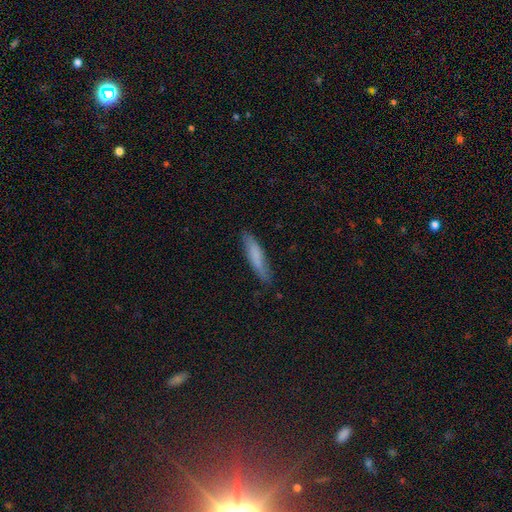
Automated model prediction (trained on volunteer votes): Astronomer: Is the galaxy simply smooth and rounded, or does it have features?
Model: smooth — 73%.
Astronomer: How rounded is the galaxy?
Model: cigar-shaped — 87%.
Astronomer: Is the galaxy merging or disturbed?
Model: none — 82%.